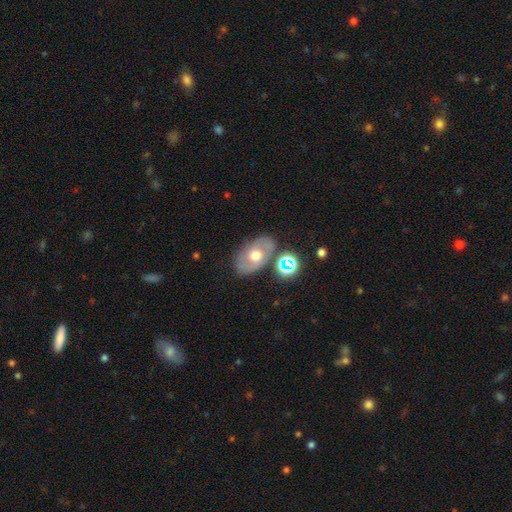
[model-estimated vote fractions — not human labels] Morphology: type=smooth (45%); merging=none (71%).